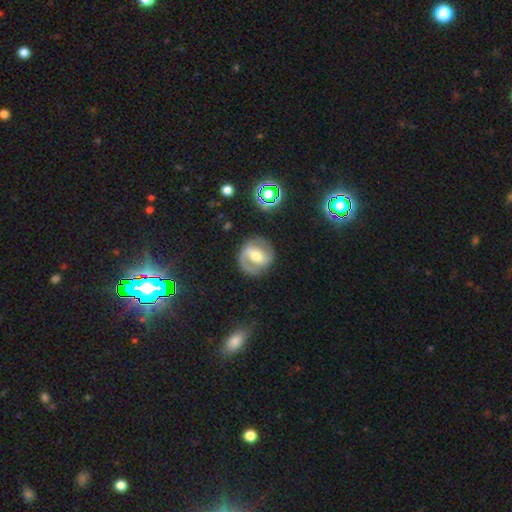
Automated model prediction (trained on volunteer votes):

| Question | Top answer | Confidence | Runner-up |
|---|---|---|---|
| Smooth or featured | featured or disk | 77% | smooth (16%) |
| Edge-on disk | no | 97% | yes (3%) |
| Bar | strong | 42% | weak (39%) |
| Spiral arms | yes | 87% | no (13%) |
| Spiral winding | medium | 48% | tight (35%) |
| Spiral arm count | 2 | 83% | 1 (8%) |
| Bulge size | moderate | 66% | small (24%) |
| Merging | none | 81% | minor disturbance (12%) |